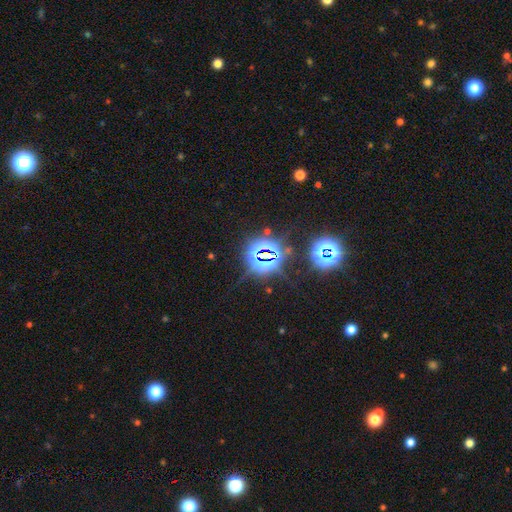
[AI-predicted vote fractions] Smooth or featured: star or artifact — 82% (smooth — 10%)